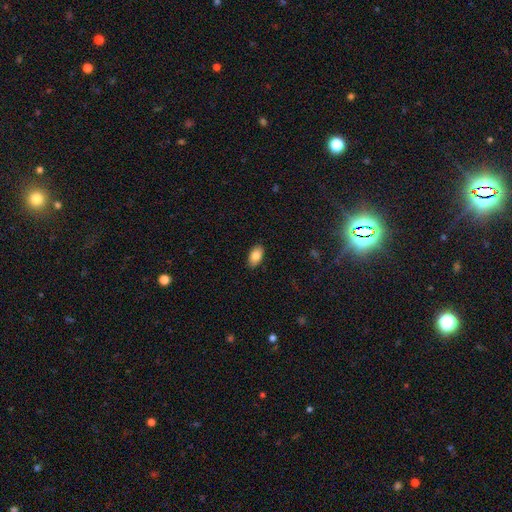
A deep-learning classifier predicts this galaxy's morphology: Q: Smooth or featured?
A: smooth (84%); runner-up: featured or disk (9%)
Q: How rounded?
A: in between (93%); runner-up: round (4%)
Q: Merging?
A: none (89%); runner-up: minor disturbance (8%)